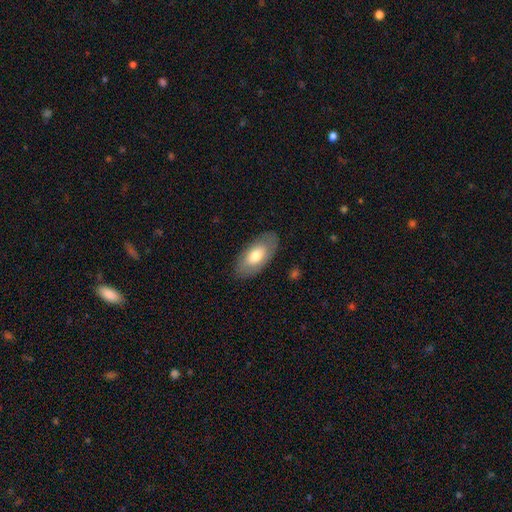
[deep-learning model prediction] smooth-or-featured: smooth: 67% | featured or disk: 27% | star or artifact: 6%
  how-rounded: in between: 93% | cigar-shaped: 4% | round: 3%
  merging: none: 84% | minor disturbance: 12% | major disturbance: 3% | merger: 1%